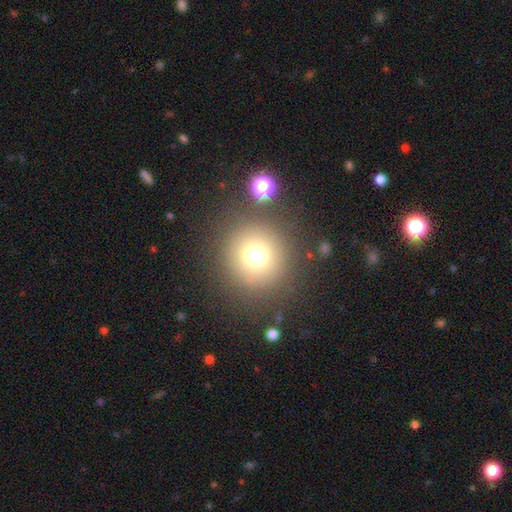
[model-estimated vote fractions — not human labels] A smooth galaxy with no disk features (71%) that is round (95%).

Vote fractions:
- Smooth or featured? smooth: 71% / star or artifact: 19% / featured or disk: 10%
- How rounded? round: 95% / in between: 4% / cigar-shaped: 1%
- Merging? none: 83% / minor disturbance: 7% / merger: 5% / major disturbance: 4%